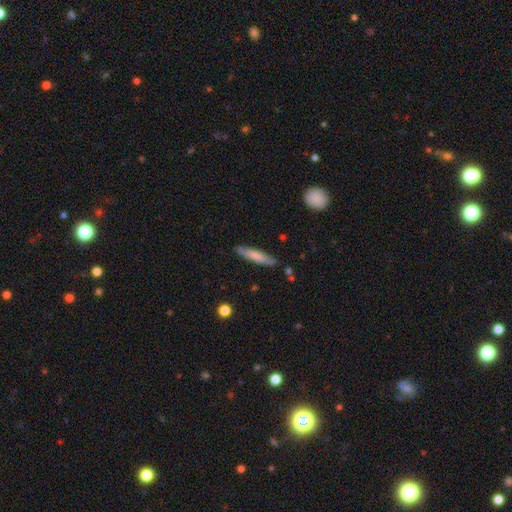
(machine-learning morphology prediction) smooth-or-featured: smooth: 70% | featured or disk: 25% | star or artifact: 6%
  how-rounded: cigar-shaped: 86% | in between: 13% | round: 1%
  merging: none: 84% | minor disturbance: 12% | major disturbance: 2% | merger: 2%